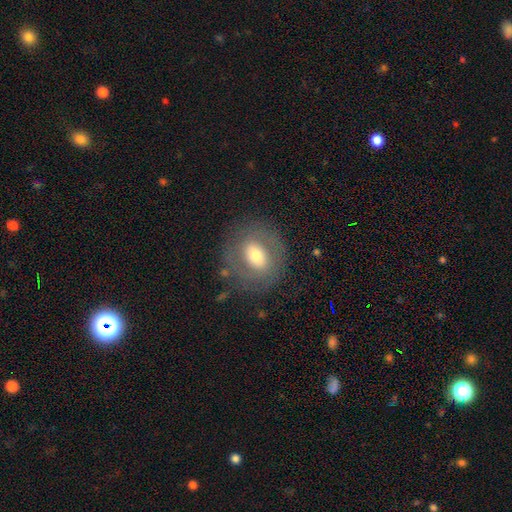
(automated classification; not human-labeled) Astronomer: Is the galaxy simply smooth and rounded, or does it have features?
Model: smooth — 51% (runner-up: featured or disk, 41%).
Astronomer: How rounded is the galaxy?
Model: round — 62%.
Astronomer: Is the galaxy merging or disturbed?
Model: none — 80%.